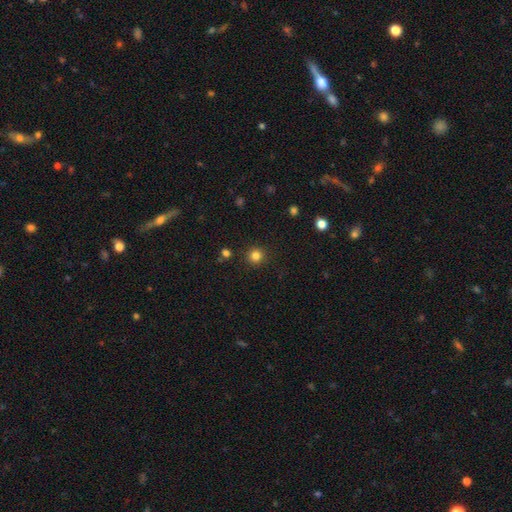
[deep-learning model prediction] smooth-or-featured: smooth: 82% | star or artifact: 13% | featured or disk: 5%
  how-rounded: round: 95% | in between: 4% | cigar-shaped: 1%
  merging: none: 91% | minor disturbance: 5% | major disturbance: 2% | merger: 2%